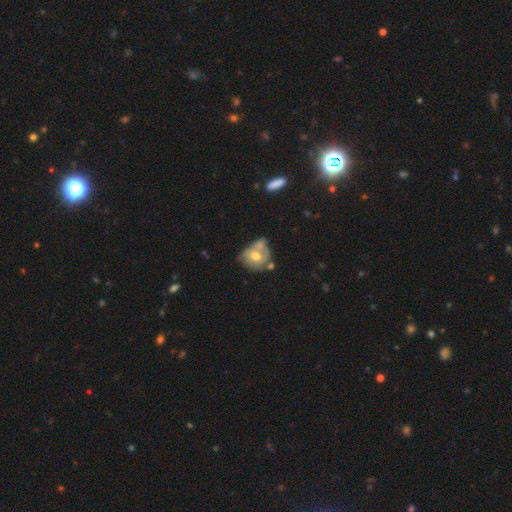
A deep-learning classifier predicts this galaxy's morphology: Smooth or featured? smooth (57%)
How rounded? round (62%)
Merging? merger (39%)